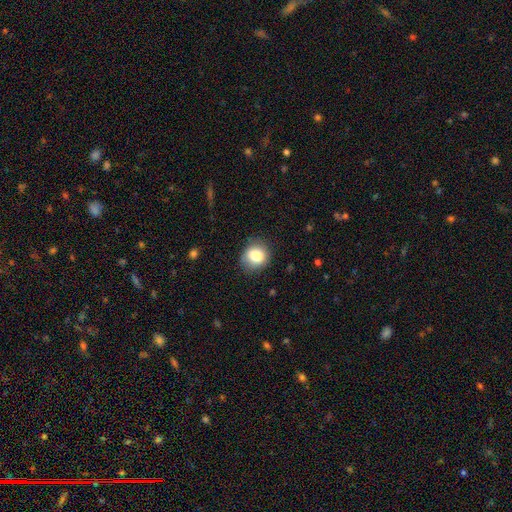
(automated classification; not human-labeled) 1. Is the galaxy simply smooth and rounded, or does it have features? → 82% smooth, 9% star or artifact, 8% featured or disk.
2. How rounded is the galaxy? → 78% round, 21% in between, 1% cigar-shaped.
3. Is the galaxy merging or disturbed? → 80% none, 15% minor disturbance, 4% major disturbance, 1% merger.